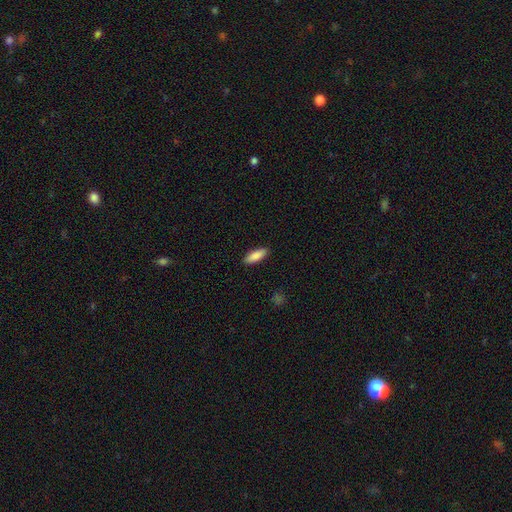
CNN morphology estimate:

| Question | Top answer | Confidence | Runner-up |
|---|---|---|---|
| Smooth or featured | smooth | 87% | featured or disk (8%) |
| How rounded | in between | 60% | cigar-shaped (39%) |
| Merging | none | 90% | minor disturbance (7%) |